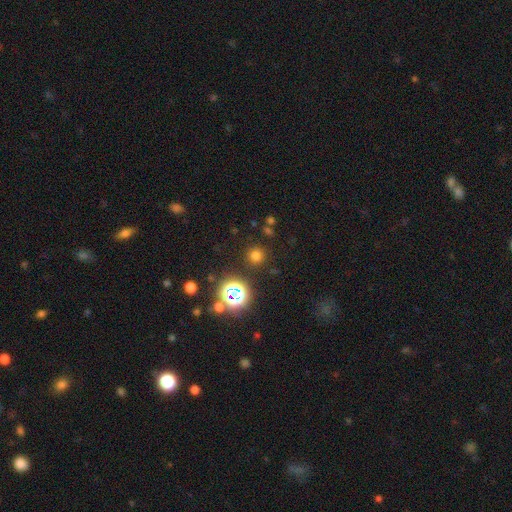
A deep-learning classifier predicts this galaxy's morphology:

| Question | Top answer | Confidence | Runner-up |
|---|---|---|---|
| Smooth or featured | smooth | 68% | star or artifact (26%) |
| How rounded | round | 94% | in between (5%) |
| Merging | none | 87% | minor disturbance (7%) |